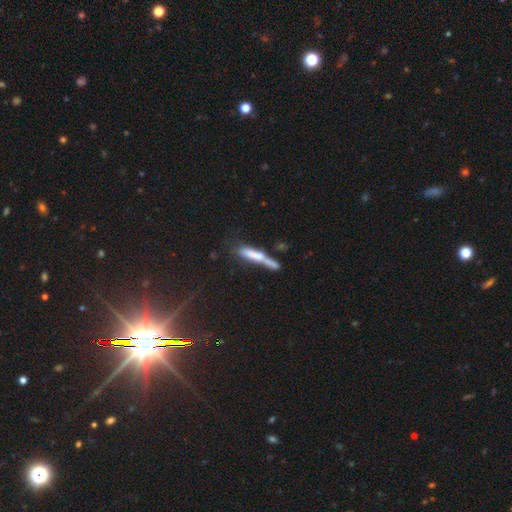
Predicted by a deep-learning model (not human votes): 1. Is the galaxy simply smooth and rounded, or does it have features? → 59% smooth, 32% featured or disk, 9% star or artifact.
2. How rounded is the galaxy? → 84% cigar-shaped, 14% in between, 2% round.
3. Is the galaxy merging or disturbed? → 34% merger, 33% none, 19% minor disturbance, 14% major disturbance.